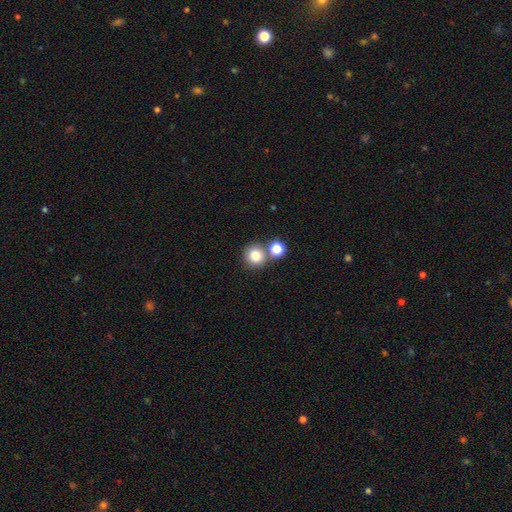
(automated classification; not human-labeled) Q: Smooth or featured?
A: smooth (82%); runner-up: star or artifact (11%)
Q: How rounded?
A: round (91%); runner-up: in between (8%)
Q: Merging?
A: none (63%); runner-up: merger (27%)